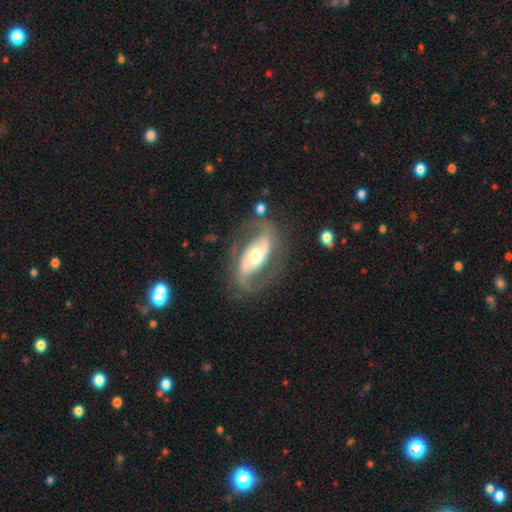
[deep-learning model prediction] Q: Smooth or featured?
A: featured or disk (82%); runner-up: smooth (13%)
Q: Edge-on disk?
A: no (94%); runner-up: yes (6%)
Q: Bar?
A: strong (39%); runner-up: weak (32%)
Q: Spiral arms?
A: yes (88%); runner-up: no (12%)
Q: Spiral winding?
A: medium (46%); runner-up: loose (39%)
Q: Spiral arm count?
A: 2 (90%); runner-up: can't tell (4%)
Q: Bulge size?
A: moderate (67%); runner-up: large (18%)
Q: Merging?
A: none (69%); runner-up: minor disturbance (16%)